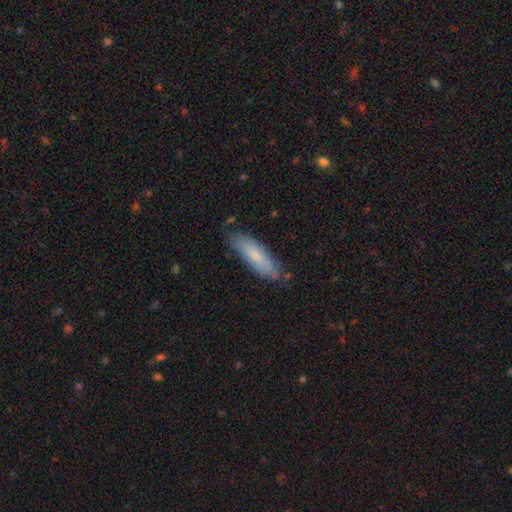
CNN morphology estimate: Smooth or featured: smooth — 75% (featured or disk — 20%)
How rounded: cigar-shaped — 60% (in between — 39%)
Merging: none — 78% (minor disturbance — 17%)